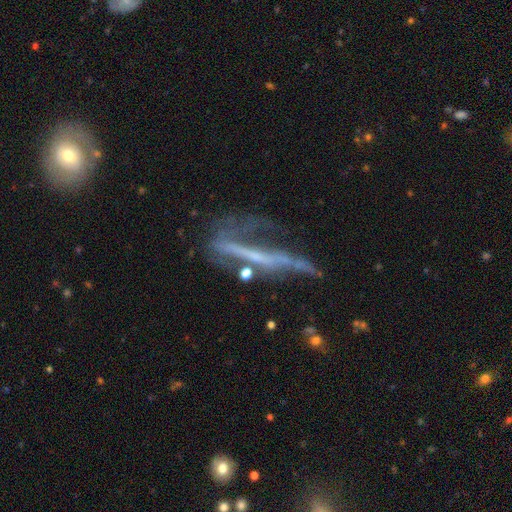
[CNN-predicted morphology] This appears to be a featured or disk galaxy (66%) viewed edge-on (52%). Merging: major disturbance (42%).